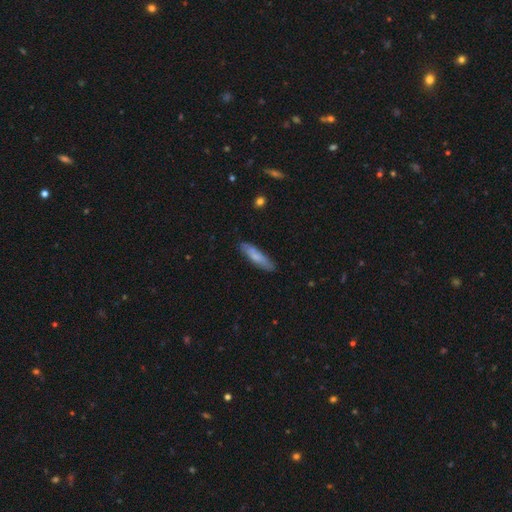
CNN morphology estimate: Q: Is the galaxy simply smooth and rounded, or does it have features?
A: smooth — 70%.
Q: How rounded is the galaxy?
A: cigar-shaped — 75%.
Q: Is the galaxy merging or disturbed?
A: none — 82%.